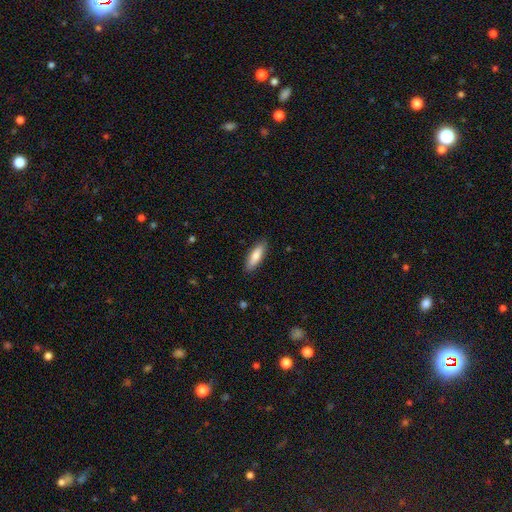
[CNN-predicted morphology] smooth 79%, featured or disk 15%, star or artifact 6%. Down the decision tree: how rounded — cigar-shaped (50%); merging — none (88%).